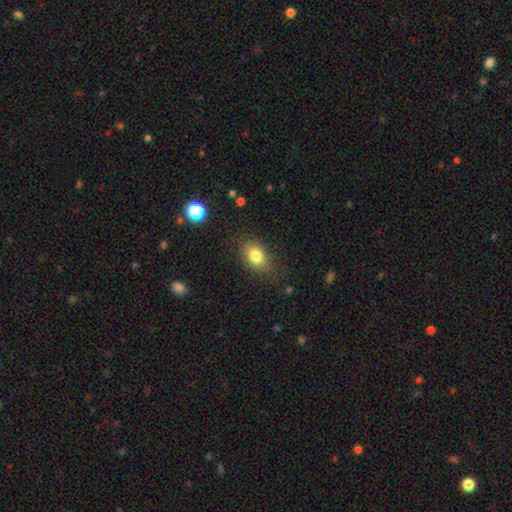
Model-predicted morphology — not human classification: smooth-or-featured: smooth: 81% | featured or disk: 10% | star or artifact: 10%
  how-rounded: in between: 79% | round: 20% | cigar-shaped: 2%
  merging: none: 79% | minor disturbance: 15% | major disturbance: 5% | merger: 1%